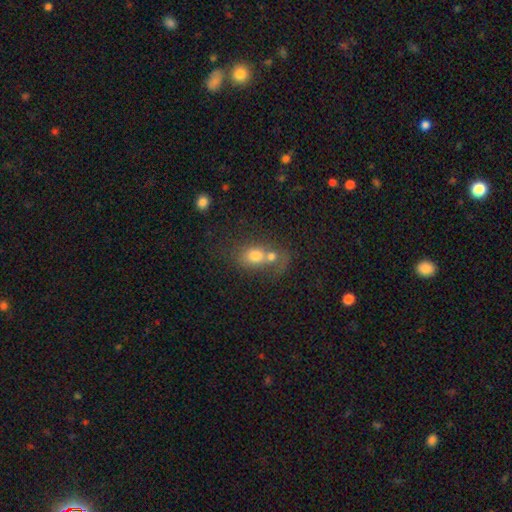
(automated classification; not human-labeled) This appears to be a smooth galaxy with no disk features (70%) that is in between round and cigar-shaped (51%). Merging: merger (67%).